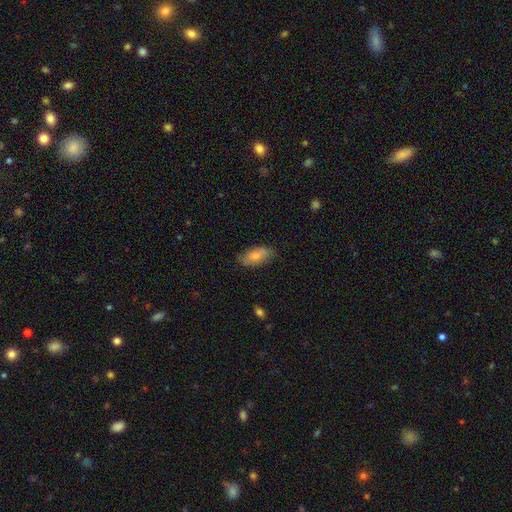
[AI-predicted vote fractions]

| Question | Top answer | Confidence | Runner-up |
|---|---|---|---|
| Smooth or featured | smooth | 72% | featured or disk (21%) |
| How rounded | in between | 89% | cigar-shaped (8%) |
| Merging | none | 76% | minor disturbance (19%) |